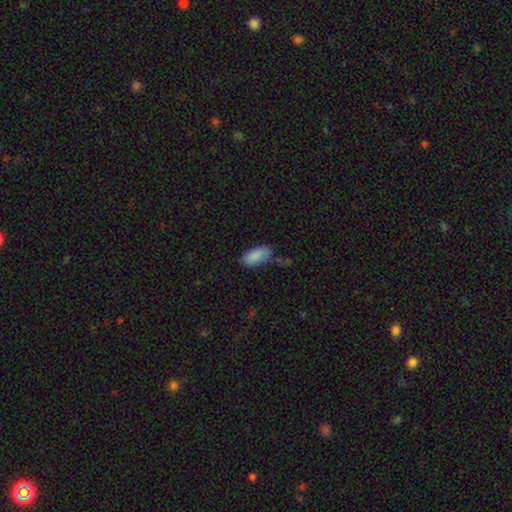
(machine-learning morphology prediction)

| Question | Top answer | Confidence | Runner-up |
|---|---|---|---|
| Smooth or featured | smooth | 88% | star or artifact (7%) |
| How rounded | in between | 91% | cigar-shaped (7%) |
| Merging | none | 69% | minor disturbance (21%) |